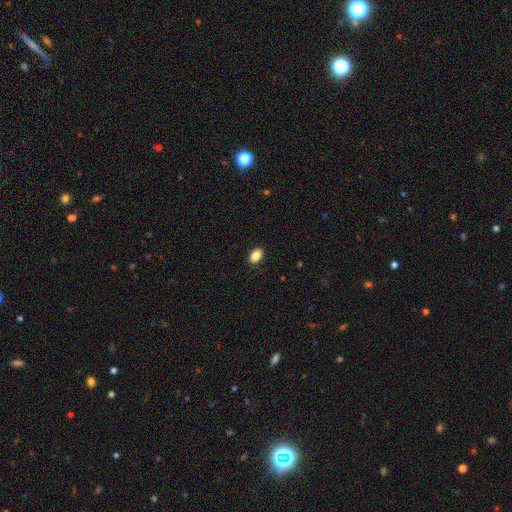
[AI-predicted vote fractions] Smooth or featured? smooth (88%)
How rounded? in between (88%)
Merging? none (89%)